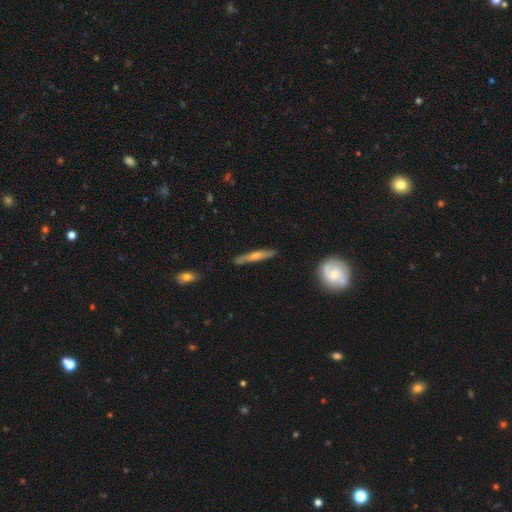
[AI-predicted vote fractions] Smooth or featured?
  - featured or disk: 59% *
  - smooth: 34%
  - star or artifact: 6%
Edge-on disk?
  - yes: 92% *
  - no: 8%
Edge-on bulge?
  - rounded: 79% *
  - none: 17%
  - boxy: 5%
Merging?
  - none: 85% *
  - minor disturbance: 11%
  - major disturbance: 2%
  - merger: 2%